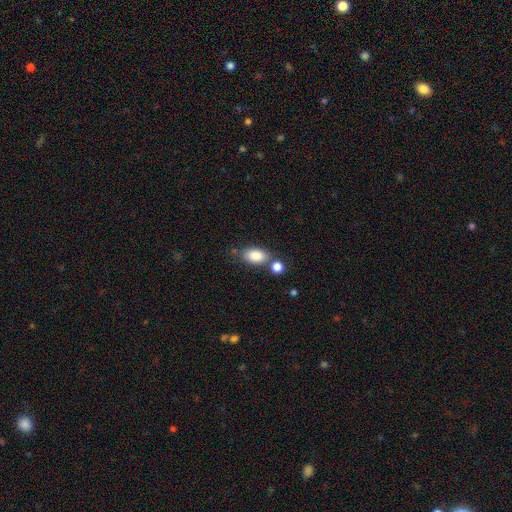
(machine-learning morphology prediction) smooth-or-featured: smooth: 85% | star or artifact: 8% | featured or disk: 7%
  how-rounded: in between: 89% | round: 8% | cigar-shaped: 3%
  merging: none: 62% | merger: 20% | minor disturbance: 14% | major disturbance: 5%